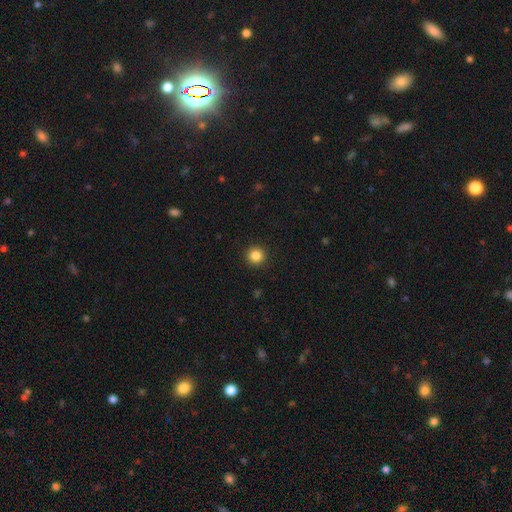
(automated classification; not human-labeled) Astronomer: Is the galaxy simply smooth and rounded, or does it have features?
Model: smooth — 85%.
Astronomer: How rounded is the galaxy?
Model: round — 95%.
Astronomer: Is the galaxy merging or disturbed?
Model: none — 93%.